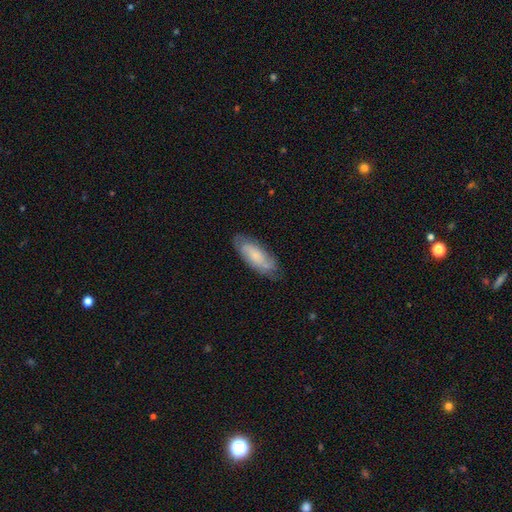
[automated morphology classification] Smooth or featured: smooth — 51% (featured or disk — 42%)
How rounded: in between — 73% (cigar-shaped — 26%)
Merging: none — 70% (minor disturbance — 22%)